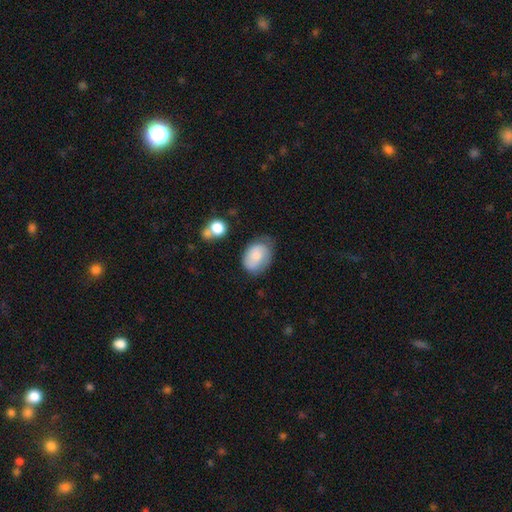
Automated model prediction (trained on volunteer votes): smooth-or-featured: smooth: 71% | featured or disk: 22% | star or artifact: 8%
  how-rounded: in between: 78% | round: 21% | cigar-shaped: 1%
  merging: none: 57% | minor disturbance: 30% | major disturbance: 10% | merger: 3%